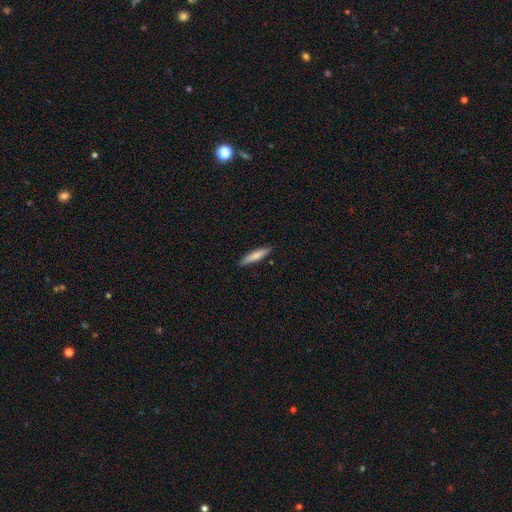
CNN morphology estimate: This is likely a smooth galaxy (76%). How rounded: clearly cigar-shaped (89%). Merging: clearly none (89%).